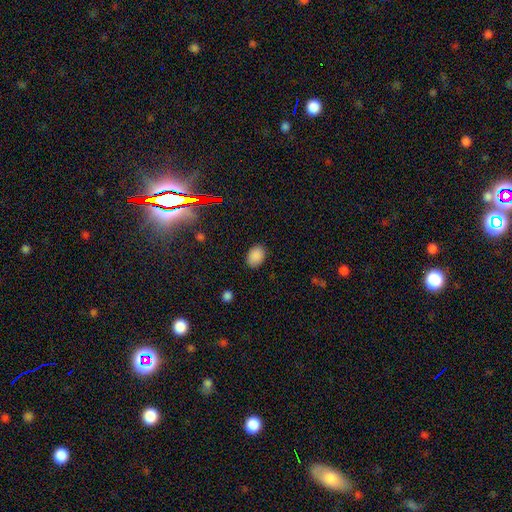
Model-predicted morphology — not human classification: Overall: smooth (87%). How rounded: in between (78%). Merging: none (87%).